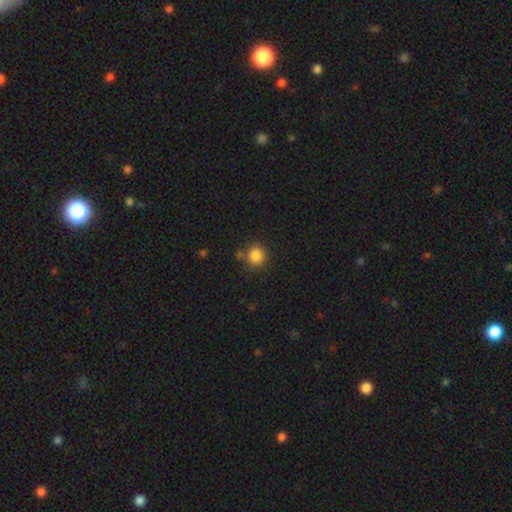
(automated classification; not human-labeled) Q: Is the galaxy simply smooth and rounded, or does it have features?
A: smooth — 85%.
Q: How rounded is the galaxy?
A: round — 88%.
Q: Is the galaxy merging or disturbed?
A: none — 81%.